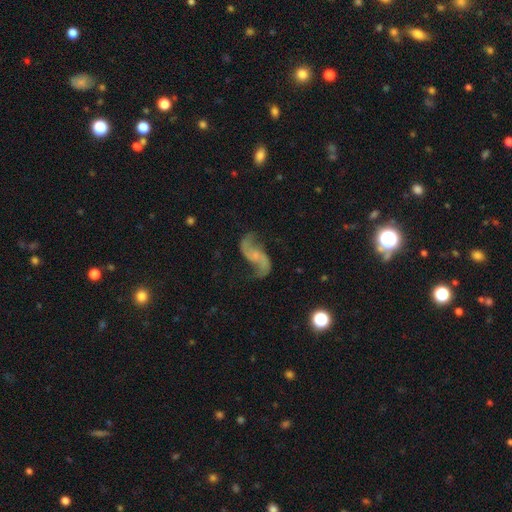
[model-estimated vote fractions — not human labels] smooth-or-featured: featured or disk: 86% | smooth: 7% | star or artifact: 6%
  disk-edge-on: no: 97% | yes: 3%
    bar: no: 59% | weak: 31% | strong: 10%
    has-spiral-arms: yes: 96% | no: 4%
      spiral-winding: loose: 81% | medium: 15% | tight: 4%
      spiral-arm-count: 2: 93% | 1: 2% | can't tell: 2% | 3: 1% | 4: 1% | more than 4: 1%
    bulge-size: small: 61% | none: 20% | moderate: 16% | large: 2% | dominant: 1%
  merging: none: 71% | minor disturbance: 16% | major disturbance: 10% | merger: 3%